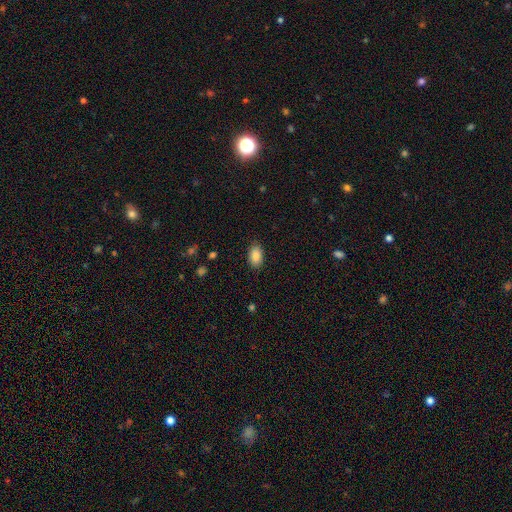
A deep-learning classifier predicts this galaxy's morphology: type=smooth (87%); roundness=in between (92%); merging=none (87%).